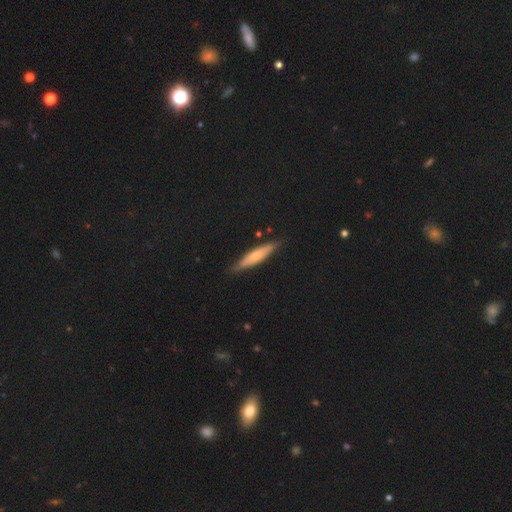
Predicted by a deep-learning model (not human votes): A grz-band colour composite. It shows a featured or disk galaxy (48%). Merging: none (83%).